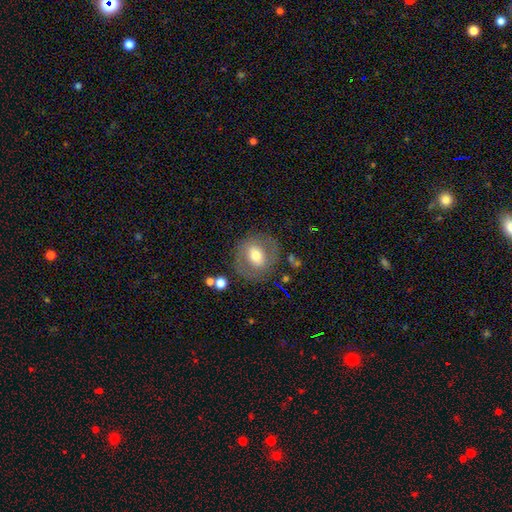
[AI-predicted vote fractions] smooth_or_featured: smooth (p=0.52) [alt: featured or disk p=0.40]
how_rounded: round (p=0.75) [alt: in between p=0.24]
merging: none (p=0.79) [alt: minor disturbance p=0.12]